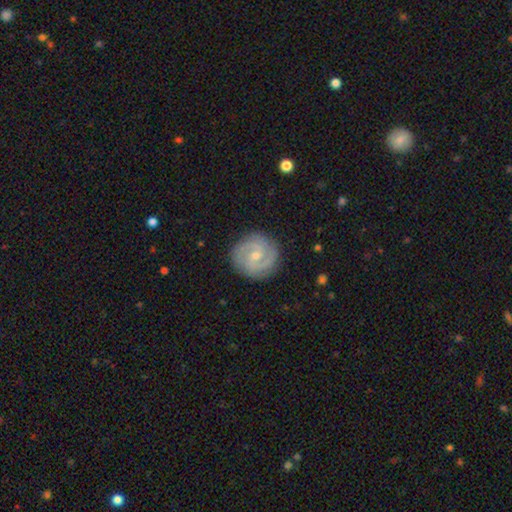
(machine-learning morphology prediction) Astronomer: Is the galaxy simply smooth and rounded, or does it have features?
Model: featured or disk — 81%.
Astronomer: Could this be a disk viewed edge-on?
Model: no — 98%.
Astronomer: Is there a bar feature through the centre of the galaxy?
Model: weak — 50% (runner-up: no, 41%).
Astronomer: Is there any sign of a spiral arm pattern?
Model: yes — 95%.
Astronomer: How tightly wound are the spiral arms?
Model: tight — 47% (runner-up: medium, 43%).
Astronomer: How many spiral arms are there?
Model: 2 — 83%.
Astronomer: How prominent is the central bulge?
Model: small — 56% (runner-up: moderate, 40%).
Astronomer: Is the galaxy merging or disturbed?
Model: none — 87%.